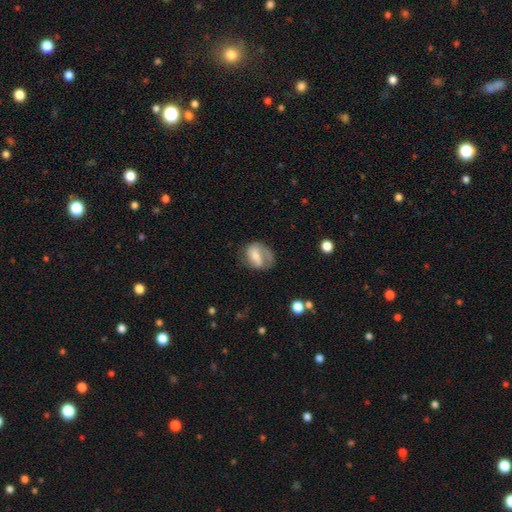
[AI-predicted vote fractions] smooth_or_featured: featured or disk (p=0.60) [alt: smooth p=0.33]
disk_edge_on: no (p=0.96) [alt: yes p=0.04]
bar: weak (p=0.42) [alt: strong p=0.31]
has_spiral_arms: yes (p=0.81) [alt: no p=0.19]
bulge_size: moderate (p=0.41) [tied with: small p=0.41]
merging: none (p=0.51) [alt: minor disturbance p=0.25]